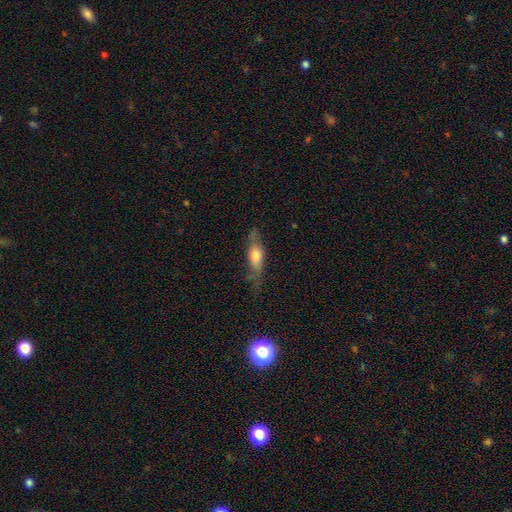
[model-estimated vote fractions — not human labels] This is possibly a smooth galaxy (57%). How rounded: possibly in between (53%). Merging: possibly none (56%).